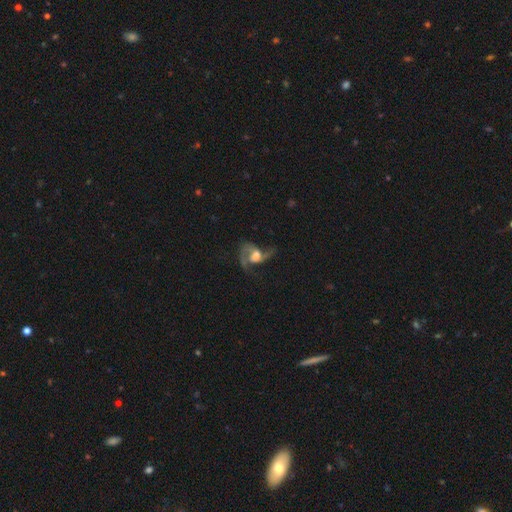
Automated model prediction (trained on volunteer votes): The model was most divided on "bulge size" (2-way tie): moderate: 37%, large: 37%, small: 11%, none: 9%, dominant: 4%. Remaining: edge-on disk — no (97%); spiral arms — yes (88%); smooth or featured — featured or disk (75%); spiral arm count — 2 (71%); spiral winding — loose (58%); bar — no (50%); merging — major disturbance (42%).